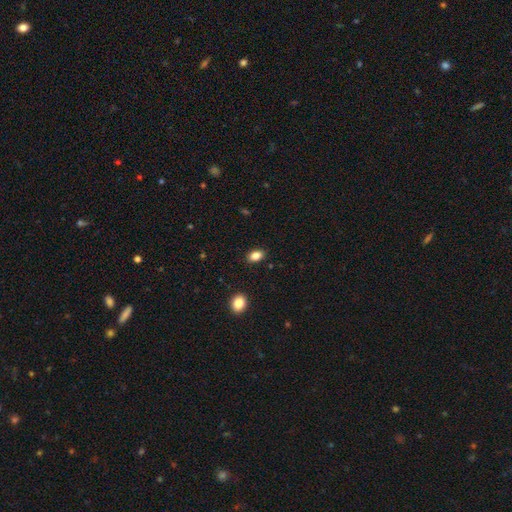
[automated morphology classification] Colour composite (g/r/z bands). It shows a smooth galaxy with no disk features (86%) that is in between round and cigar-shaped (84%). Merging: none (88%).